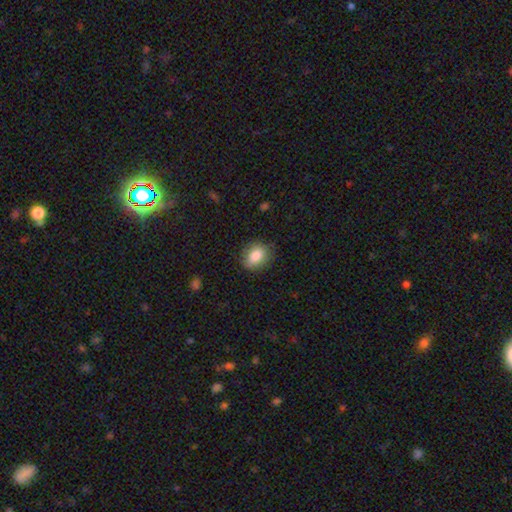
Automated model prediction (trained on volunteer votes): smooth-or-featured: smooth: 84% | star or artifact: 8% | featured or disk: 8%
  how-rounded: in between: 58% | round: 41% | cigar-shaped: 1%
  merging: none: 81% | minor disturbance: 14% | major disturbance: 3% | merger: 1%